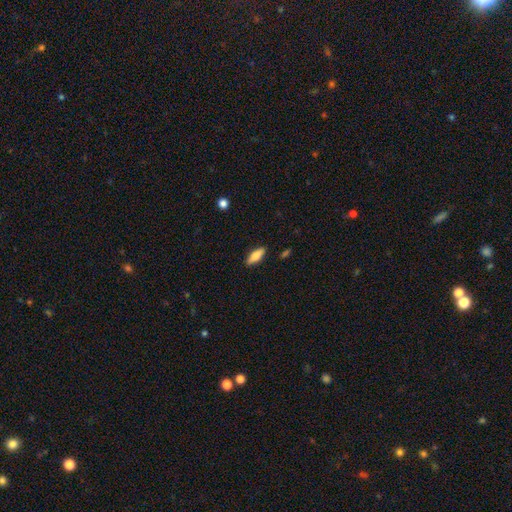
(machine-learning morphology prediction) smooth 66%, featured or disk 27%, star or artifact 6%. Down the decision tree: how rounded — in between (65%); merging — none (87%).